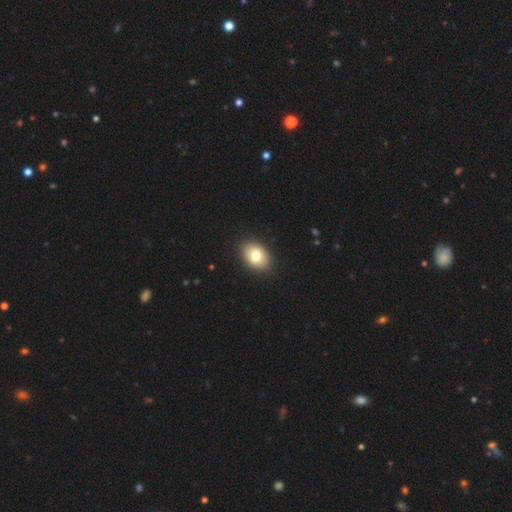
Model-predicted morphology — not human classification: Smooth or featured? Predicted: smooth (p=0.77). How rounded? Predicted: in between (p=0.81). Merging? Predicted: none (p=0.90).